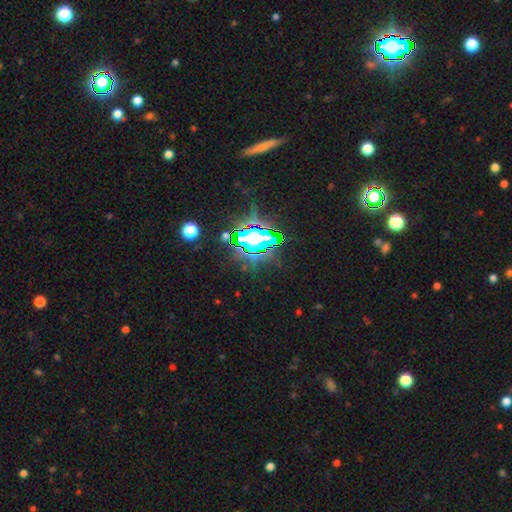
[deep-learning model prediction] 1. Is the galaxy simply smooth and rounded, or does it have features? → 72% star or artifact, 16% smooth, 12% featured or disk.